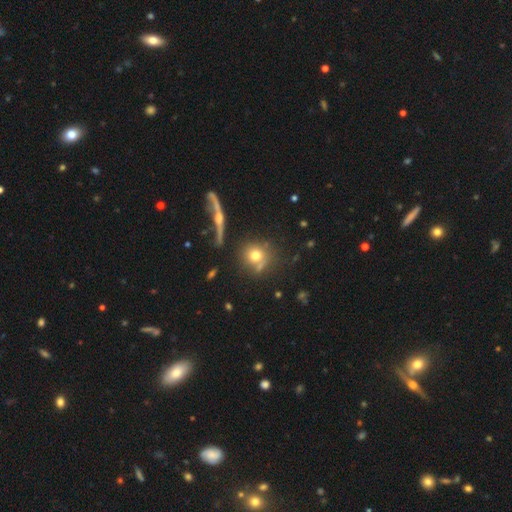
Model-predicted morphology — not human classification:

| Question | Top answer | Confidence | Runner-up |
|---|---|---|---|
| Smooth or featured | smooth | 69% | featured or disk (18%) |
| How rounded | round | 88% | in between (10%) |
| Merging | none | 69% | minor disturbance (13%) |